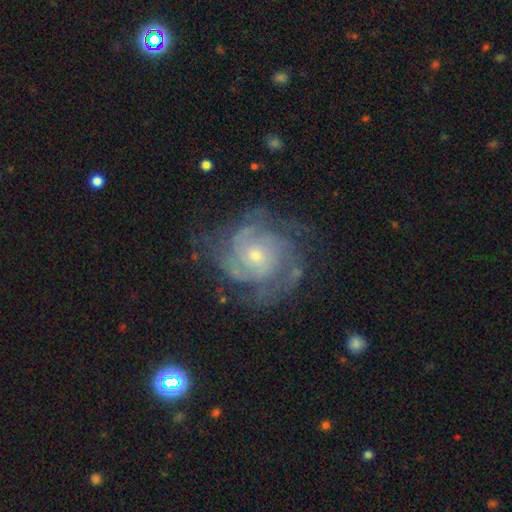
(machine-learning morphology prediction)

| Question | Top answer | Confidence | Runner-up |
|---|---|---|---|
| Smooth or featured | featured or disk | 86% | smooth (7%) |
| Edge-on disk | no | 98% | yes (2%) |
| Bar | no | 77% | weak (19%) |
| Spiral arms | yes | 96% | no (4%) |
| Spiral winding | tight | 63% | medium (31%) |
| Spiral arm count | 3 | 27% | can't tell (26%) |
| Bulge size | small | 67% | moderate (29%) |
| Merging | none | 71% | minor disturbance (18%) |